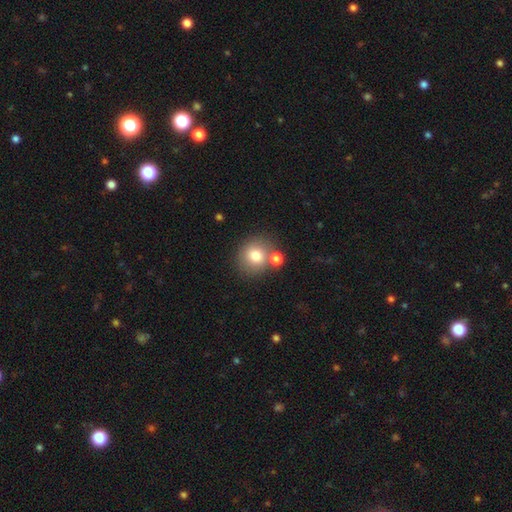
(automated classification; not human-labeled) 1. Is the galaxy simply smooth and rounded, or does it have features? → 76% smooth, 13% featured or disk, 11% star or artifact.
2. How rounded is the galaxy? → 84% round, 15% in between, 1% cigar-shaped.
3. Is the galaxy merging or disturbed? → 65% none, 21% merger, 10% minor disturbance, 4% major disturbance.